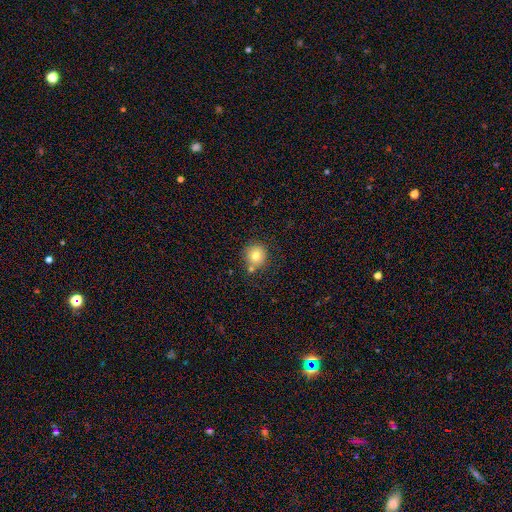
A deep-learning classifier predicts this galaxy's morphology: This is likely a smooth galaxy (77%). How rounded: clearly round (91%). Merging: likely none (71%).